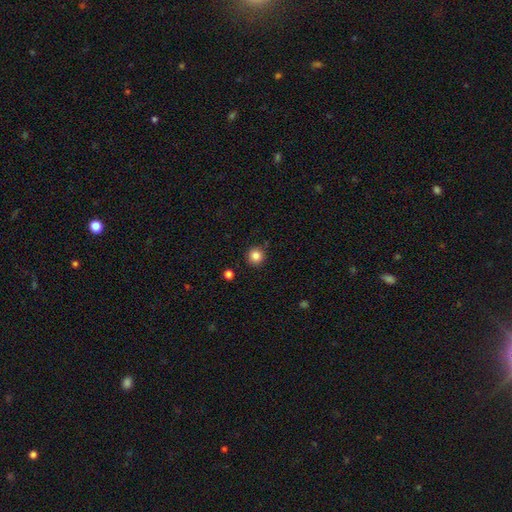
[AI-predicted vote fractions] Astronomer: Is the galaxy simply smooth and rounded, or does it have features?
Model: smooth — 85%.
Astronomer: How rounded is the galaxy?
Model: round — 95%.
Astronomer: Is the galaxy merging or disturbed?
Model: none — 90%.